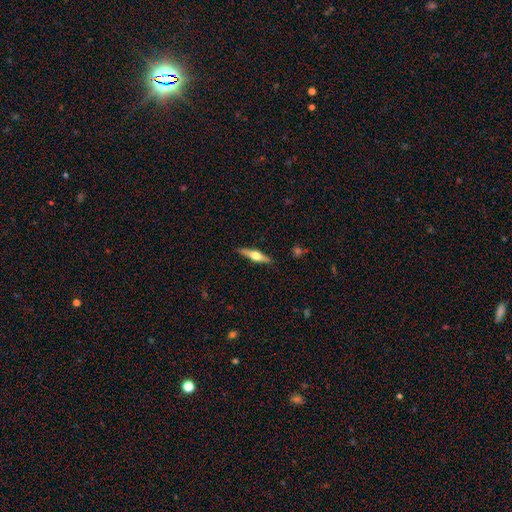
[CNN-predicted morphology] Smooth or featured? Predicted: featured or disk (p=0.61). Edge-on disk? Predicted: yes (p=0.96). Edge-on bulge? Predicted: rounded (p=0.93). Merging? Predicted: none (p=0.88).